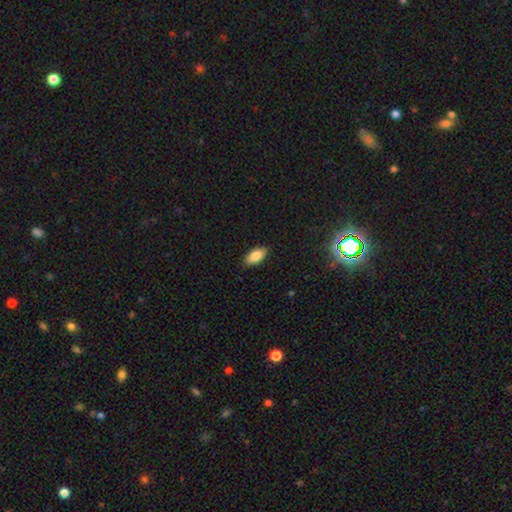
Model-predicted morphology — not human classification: Smooth or featured? Predicted: smooth (p=0.84). How rounded? Predicted: in between (p=0.88). Merging? Predicted: none (p=0.87).